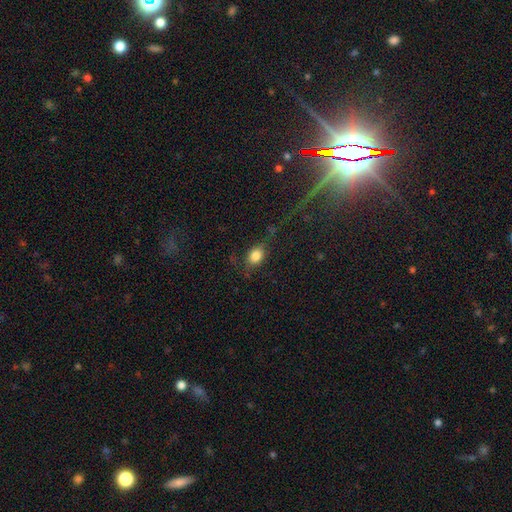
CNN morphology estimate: This is clearly a smooth galaxy (81%). How rounded: likely in between (64%). Merging: likely none (69%).